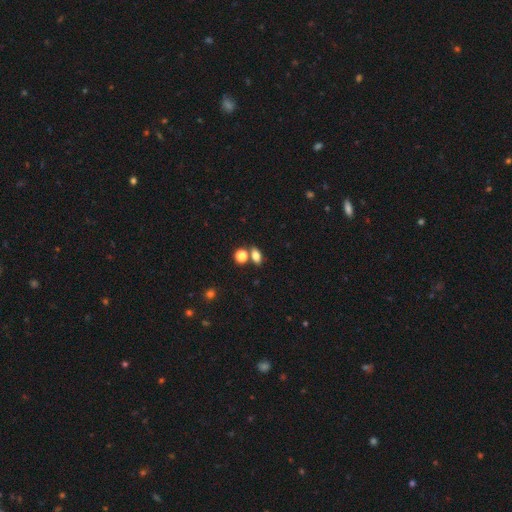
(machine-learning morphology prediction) A smooth galaxy with no disk features (77%) that is in between round and cigar-shaped (77%).

Vote fractions:
- Smooth or featured? smooth: 77% / star or artifact: 12% / featured or disk: 11%
- How rounded? in between: 77% / round: 18% / cigar-shaped: 5%
- Merging? none: 64% / merger: 22% / minor disturbance: 10% / major disturbance: 4%